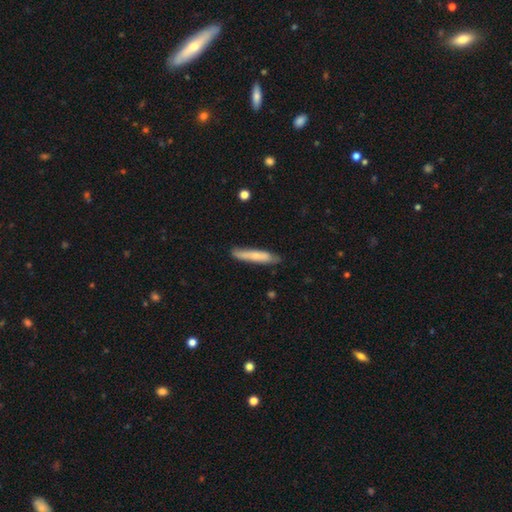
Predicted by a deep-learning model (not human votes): Smooth or featured?
  - smooth: 70% *
  - featured or disk: 24%
  - star or artifact: 5%
How rounded?
  - cigar-shaped: 91% *
  - in between: 8%
  - round: 1%
Merging?
  - none: 79% *
  - minor disturbance: 16%
  - major disturbance: 3%
  - merger: 2%